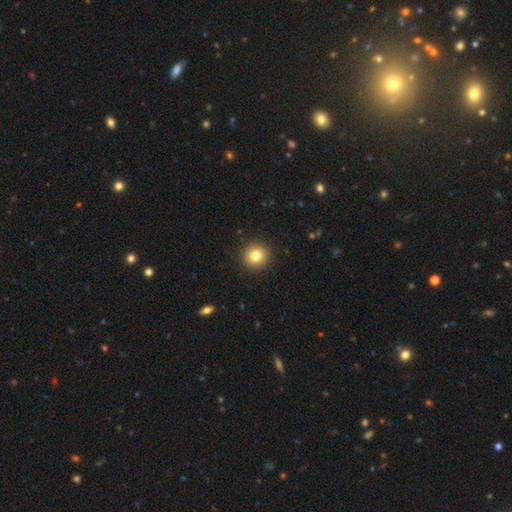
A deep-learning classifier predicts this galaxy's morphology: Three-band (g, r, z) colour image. It shows a smooth galaxy with no disk features (81%) that is round (93%). Merging: none (92%).